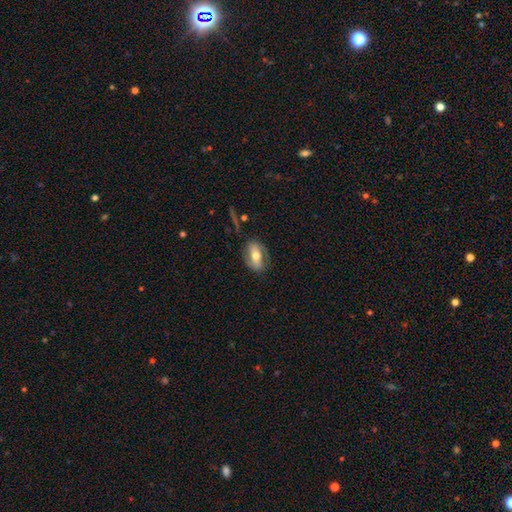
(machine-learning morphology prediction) Q: Smooth or featured?
A: featured or disk (47%); runner-up: smooth (45%)
Q: Merging?
A: none (74%); runner-up: minor disturbance (17%)